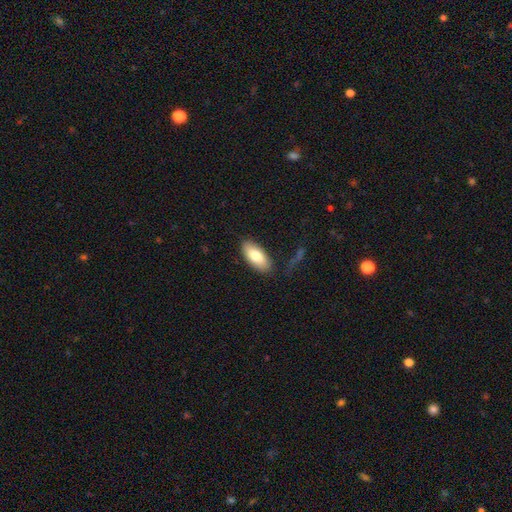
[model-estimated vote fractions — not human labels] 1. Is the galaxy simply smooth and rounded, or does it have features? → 79% smooth, 15% featured or disk, 6% star or artifact.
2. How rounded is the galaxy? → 89% in between, 9% cigar-shaped, 2% round.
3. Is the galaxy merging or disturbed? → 83% none, 12% minor disturbance, 3% major disturbance, 2% merger.